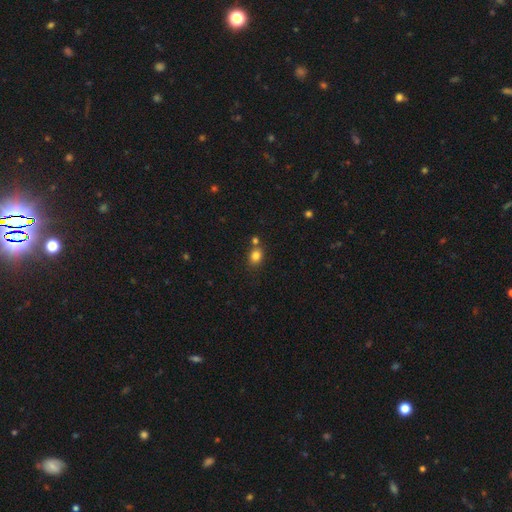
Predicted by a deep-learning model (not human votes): This appears to be a smooth galaxy with no disk features (82%) that is in between round and cigar-shaped (56%). Merging: none (66%).